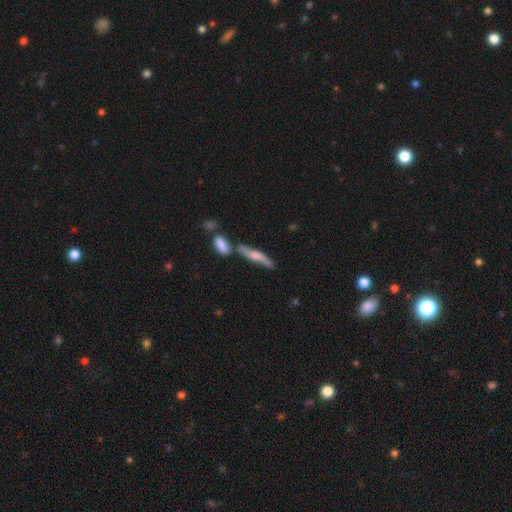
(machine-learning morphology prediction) Smooth or featured: featured or disk — 49% (smooth — 44%)
Merging: none — 56% (merger — 20%)